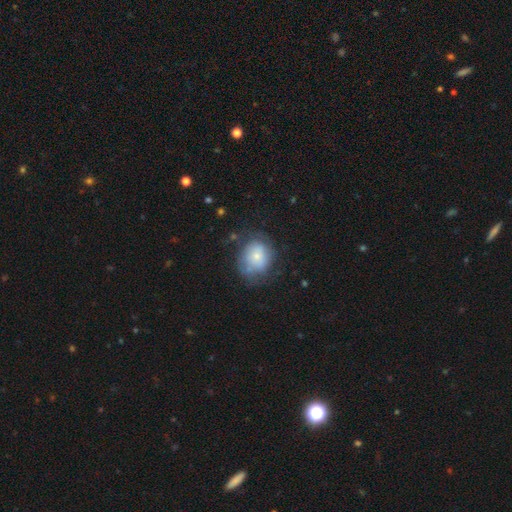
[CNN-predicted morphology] This appears to be a smooth galaxy with no disk features (64%) that is round (63%). Merging: none (57%).